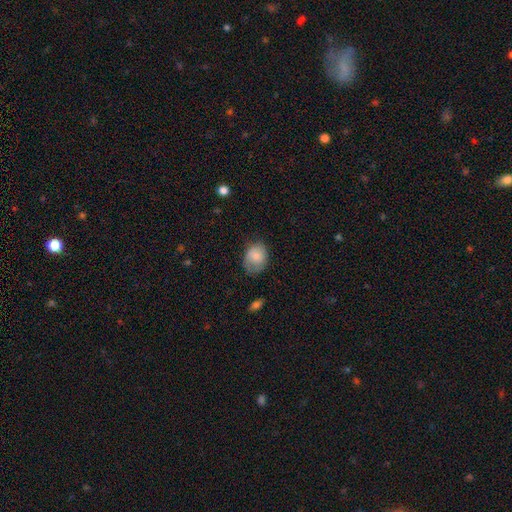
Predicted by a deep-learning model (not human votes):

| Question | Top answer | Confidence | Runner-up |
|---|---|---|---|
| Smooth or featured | smooth | 77% | featured or disk (15%) |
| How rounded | in between | 56% | round (43%) |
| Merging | none | 59% | minor disturbance (29%) |